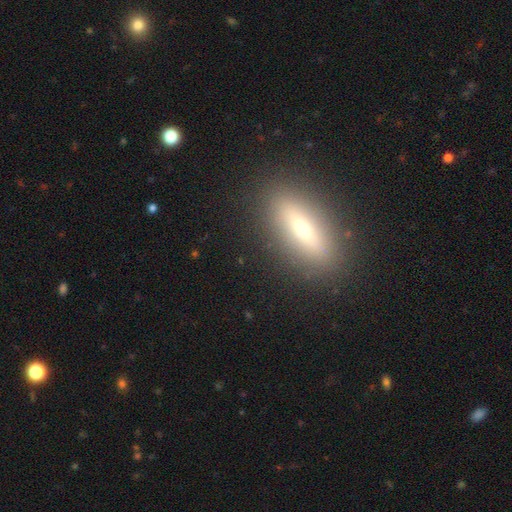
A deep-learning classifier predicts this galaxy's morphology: smooth 48%, featured or disk 40%, star or artifact 12%. Down the decision tree: merging — none (89%).